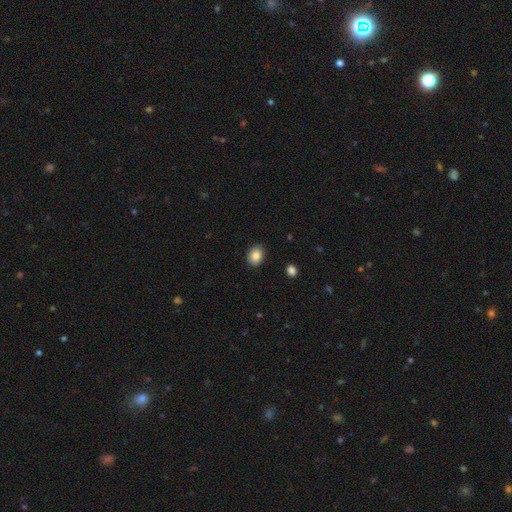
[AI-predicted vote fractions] Morphology: type=smooth (86%); roundness=in between (63%); merging=none (89%).